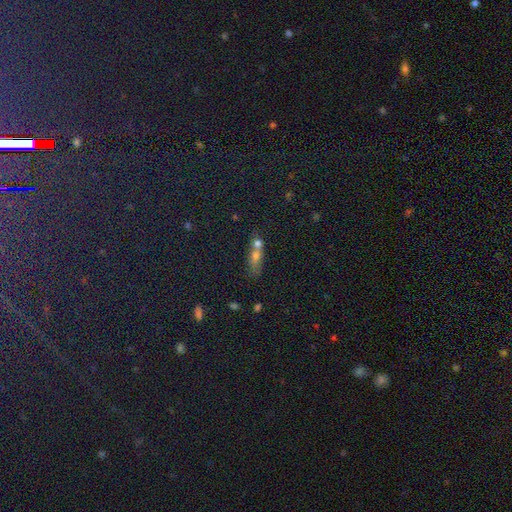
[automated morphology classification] A smooth galaxy with no disk features (60%) that is in between round and cigar-shaped (50%).

Vote fractions:
- Smooth or featured? smooth: 60% / featured or disk: 22% / star or artifact: 18%
- How rounded? in between: 50% / cigar-shaped: 26% / round: 24%
- Merging? merger: 52% / none: 32% / minor disturbance: 10% / major disturbance: 6%